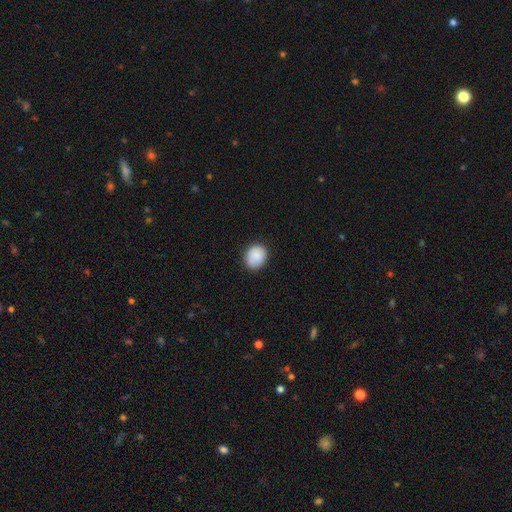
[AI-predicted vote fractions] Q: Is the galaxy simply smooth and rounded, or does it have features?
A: smooth — 88%.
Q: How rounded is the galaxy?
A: round — 60%.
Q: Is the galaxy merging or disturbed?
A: none — 82%.